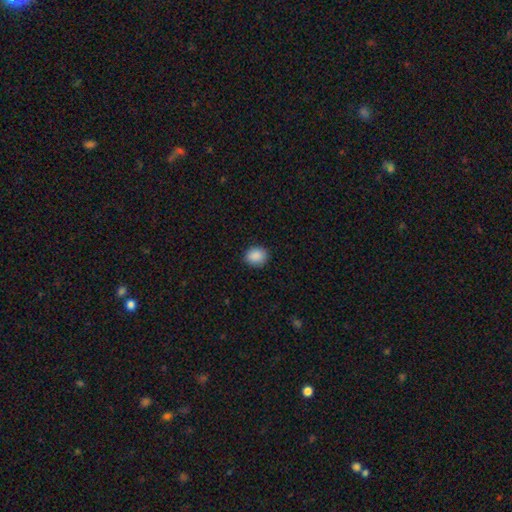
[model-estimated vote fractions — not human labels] Smooth or featured? Predicted: smooth (p=0.89). How rounded? Predicted: round (p=0.65). Merging? Predicted: none (p=0.88).